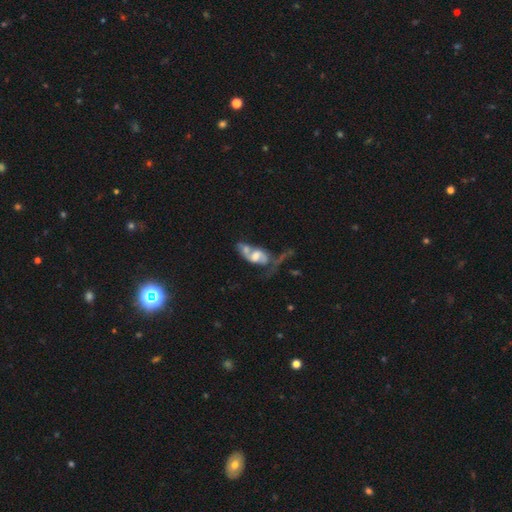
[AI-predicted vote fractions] This appears to be a featured or disk galaxy (66%) with no bar (53%), spiral arms (70%) and a moderate central bulge (44%). Merging: merger (43%).